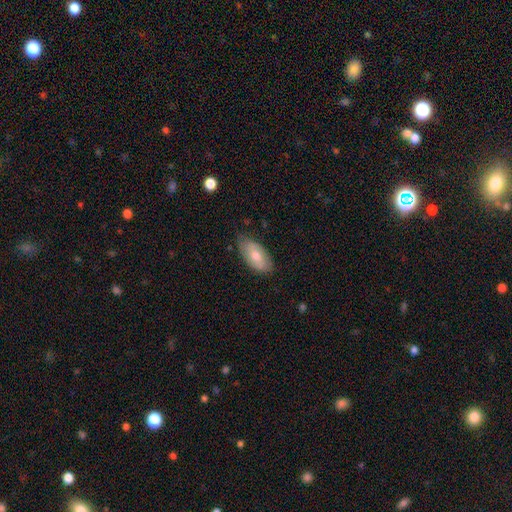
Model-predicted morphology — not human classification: Smooth or featured? smooth (70%)
How rounded? in between (93%)
Merging? none (72%)